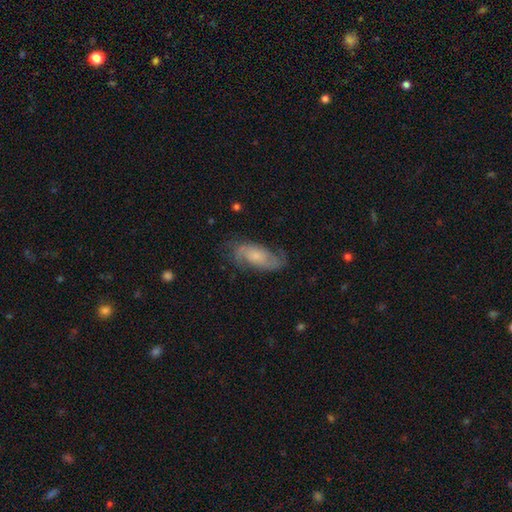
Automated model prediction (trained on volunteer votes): Smooth or featured? featured or disk (64%)
Edge-on disk? no (92%)
Bar? no (66%)
Spiral arms? yes (90%)
Spiral winding? medium (44%)
Spiral arm count? 2 (76%)
Bulge size? small (42%)
Merging? none (68%)